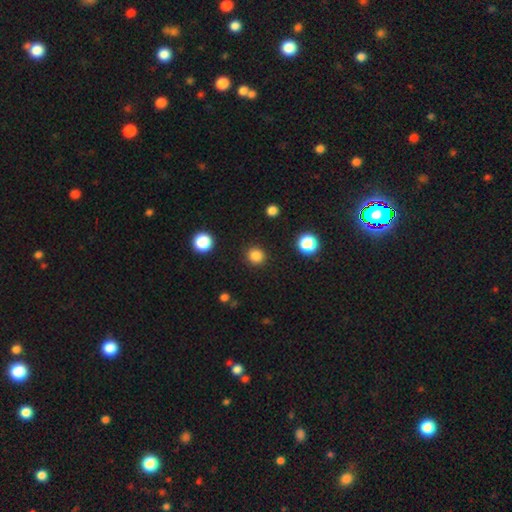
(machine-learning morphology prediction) smooth 84%, star or artifact 13%, featured or disk 3%. Down the decision tree: how rounded — round (93%); merging — none (91%).